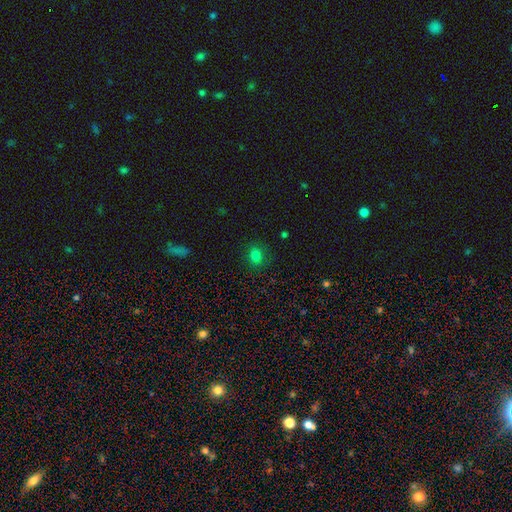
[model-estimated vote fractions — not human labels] Smooth or featured? Predicted: smooth (p=0.80). How rounded? Predicted: round (p=0.61). Merging? Predicted: none (p=0.84).